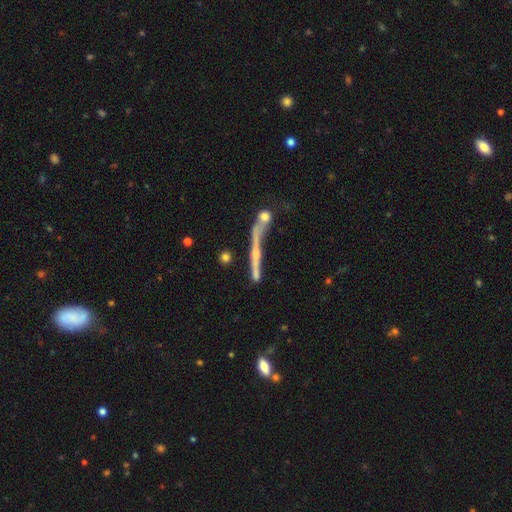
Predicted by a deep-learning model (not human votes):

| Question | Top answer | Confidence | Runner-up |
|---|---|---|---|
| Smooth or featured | featured or disk | 65% | smooth (24%) |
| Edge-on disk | yes | 85% | no (15%) |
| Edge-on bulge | rounded | 51% | none (41%) |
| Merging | none | 43% | merger (26%) |